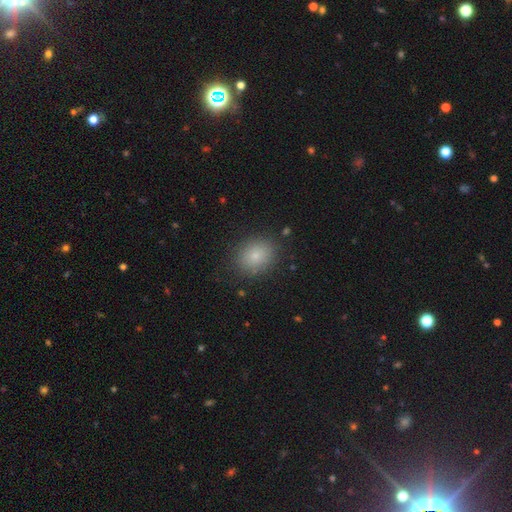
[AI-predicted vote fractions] A smooth galaxy with no disk features (81%) that is round (50%). Merging: none (85%).